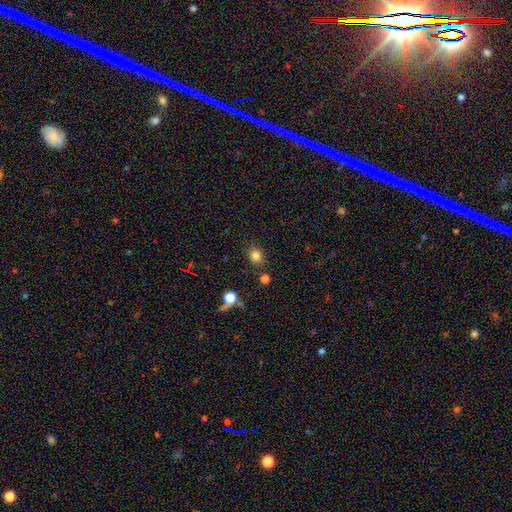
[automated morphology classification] Smooth or featured: smooth — 81% (star or artifact — 13%)
How rounded: round — 69% (in between — 30%)
Merging: none — 83% (minor disturbance — 9%)